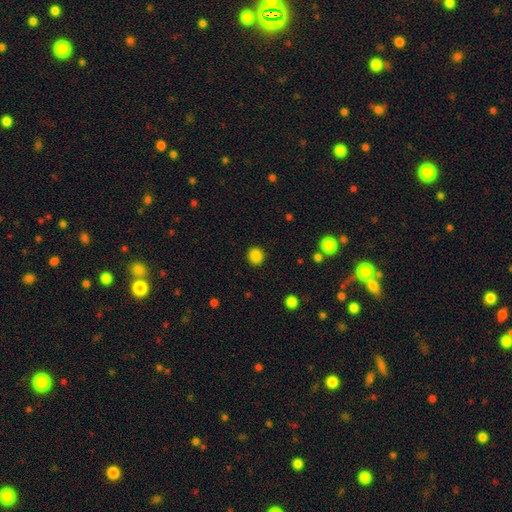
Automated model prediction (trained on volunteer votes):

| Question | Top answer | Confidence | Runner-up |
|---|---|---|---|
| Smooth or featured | smooth | 86% | star or artifact (11%) |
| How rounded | round | 89% | in between (10%) |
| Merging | none | 90% | minor disturbance (6%) |